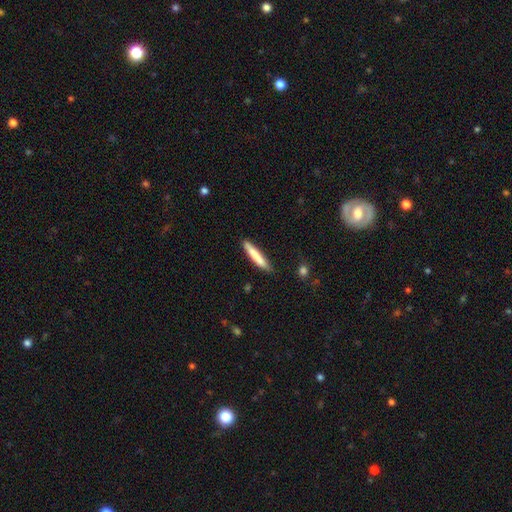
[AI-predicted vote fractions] smooth-or-featured: smooth: 78% | featured or disk: 16% | star or artifact: 5%
  how-rounded: cigar-shaped: 92% | in between: 7% | round: 1%
  merging: none: 84% | minor disturbance: 12% | major disturbance: 2% | merger: 2%